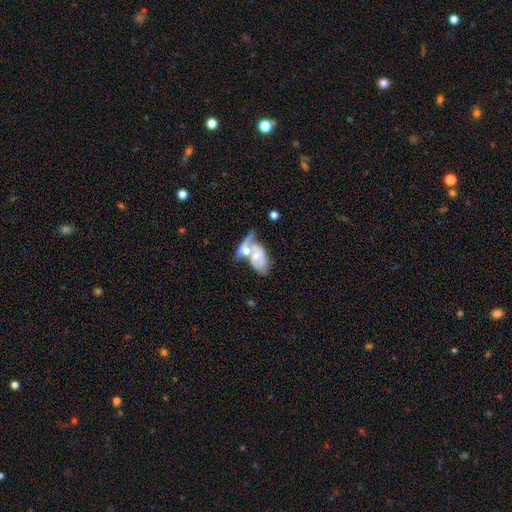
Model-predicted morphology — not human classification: Smooth or featured? featured or disk (57%)
Edge-on disk? no (90%)
Bar? no (72%)
Spiral arms? yes (63%)
Bulge size? moderate (47%)
Merging? merger (60%)